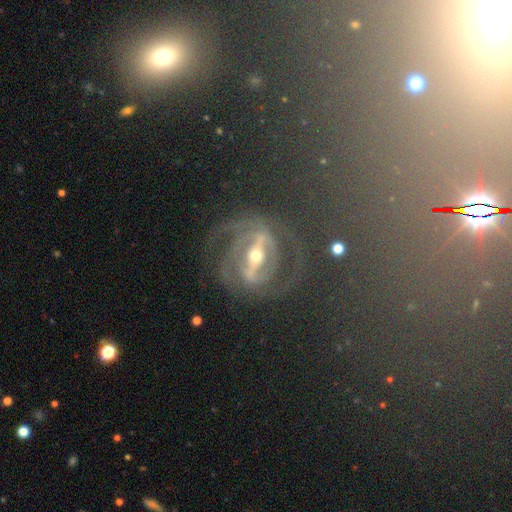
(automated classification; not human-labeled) Smooth or featured: featured or disk — 77% (star or artifact — 16%)
Edge-on disk: no — 89% (yes — 11%)
Bar: strong — 72% (weak — 18%)
Spiral arms: yes — 90% (no — 10%)
Spiral winding: tight — 51% (medium — 36%)
Spiral arm count: 2 — 46% (can't tell — 19%)
Bulge size: moderate — 49% (small — 46%)
Merging: none — 70% (minor disturbance — 15%)